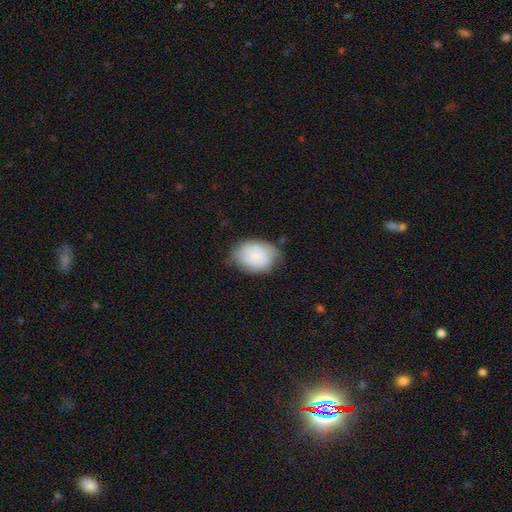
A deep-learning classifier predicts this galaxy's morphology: This is likely a smooth galaxy (77%). How rounded: likely in between (78%). Merging: likely none (61%).